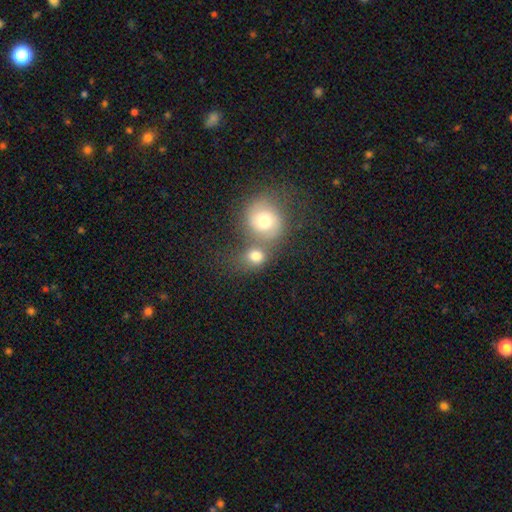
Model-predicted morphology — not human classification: Smooth or featured? Predicted: smooth (p=0.69). How rounded? Predicted: round (p=0.68). Merging? Predicted: merger (p=0.47).